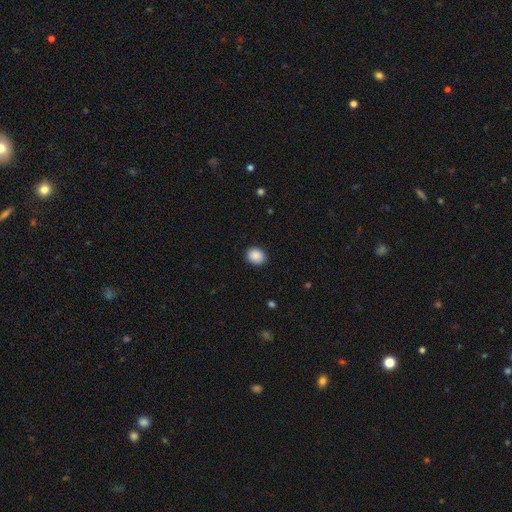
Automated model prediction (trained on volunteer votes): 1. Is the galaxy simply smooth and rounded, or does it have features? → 89% smooth, 8% star or artifact, 3% featured or disk.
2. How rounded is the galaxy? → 58% round, 42% in between, 1% cigar-shaped.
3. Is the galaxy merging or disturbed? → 89% none, 8% minor disturbance, 2% major disturbance, 1% merger.